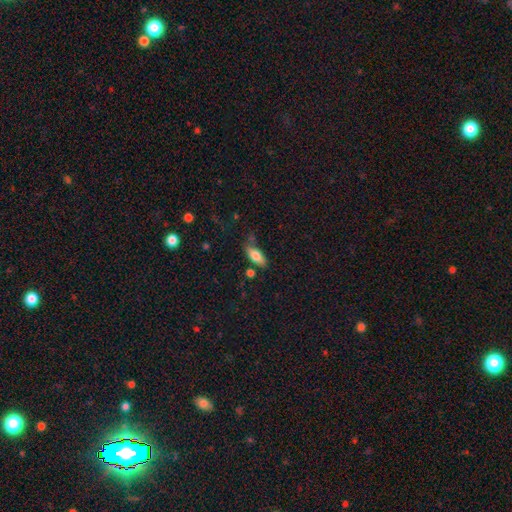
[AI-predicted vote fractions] Smooth or featured?
  - smooth: 75% *
  - featured or disk: 18%
  - star or artifact: 7%
How rounded?
  - in between: 77% *
  - cigar-shaped: 21%
  - round: 3%
Merging?
  - none: 68% *
  - minor disturbance: 19%
  - merger: 7%
  - major disturbance: 5%